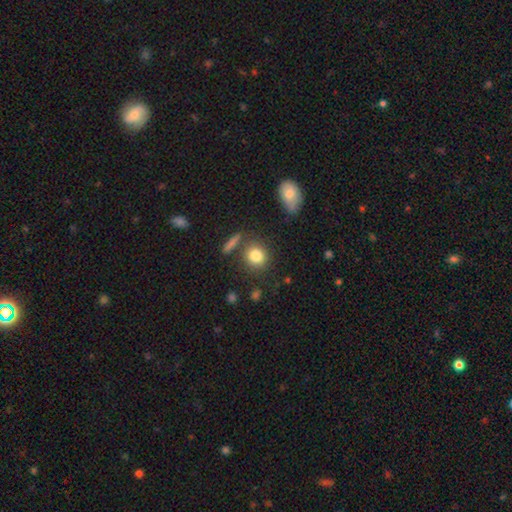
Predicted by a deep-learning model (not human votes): Overall: smooth (83%). How rounded: round (81%). Merging: none (76%).